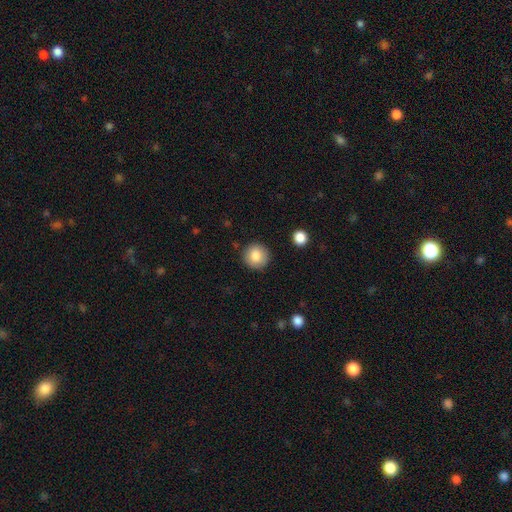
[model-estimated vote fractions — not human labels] Smooth or featured: smooth — 84% (star or artifact — 8%)
How rounded: round — 94% (in between — 6%)
Merging: none — 89% (minor disturbance — 7%)